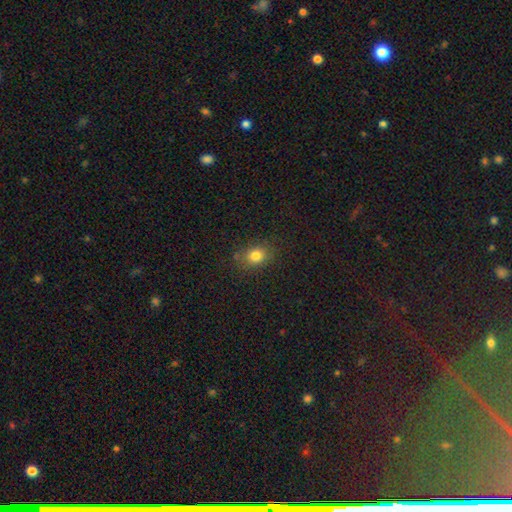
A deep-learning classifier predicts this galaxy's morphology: Q: Smooth or featured?
A: smooth (80%); runner-up: star or artifact (13%)
Q: How rounded?
A: round (52%); runner-up: in between (47%)
Q: Merging?
A: none (79%); runner-up: minor disturbance (14%)